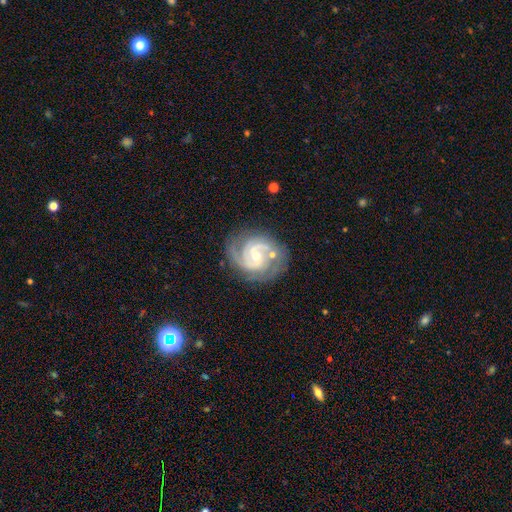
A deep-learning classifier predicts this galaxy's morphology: Smooth or featured?
  - featured or disk: 90% *
  - star or artifact: 5%
  - smooth: 5%
Edge-on disk?
  - no: 98% *
  - yes: 2%
Bar?
  - weak: 46% *
  - no: 37%
  - strong: 17%
Spiral arms?
  - yes: 98% *
  - no: 2%
Spiral winding?
  - tight: 48% *
  - medium: 45%
  - loose: 8%
Spiral arm count?
  - 2: 61% *
  - 3: 22%
  - can't tell: 8%
  - 4: 4%
  - 1: 3%
  - more than 4: 3%
Bulge size?
  - small: 59% *
  - moderate: 38%
  - large: 1%
  - none: 1%
  - dominant: 1%
Merging?
  - none: 73% *
  - minor disturbance: 16%
  - major disturbance: 6%
  - merger: 5%